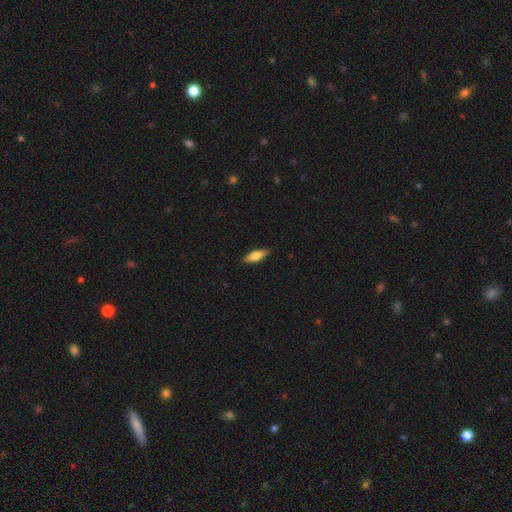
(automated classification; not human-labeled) smooth-or-featured: smooth: 64% | featured or disk: 30% | star or artifact: 6%
  how-rounded: in between: 55% | cigar-shaped: 42% | round: 2%
  merging: none: 88% | minor disturbance: 10% | major disturbance: 2% | merger: 1%